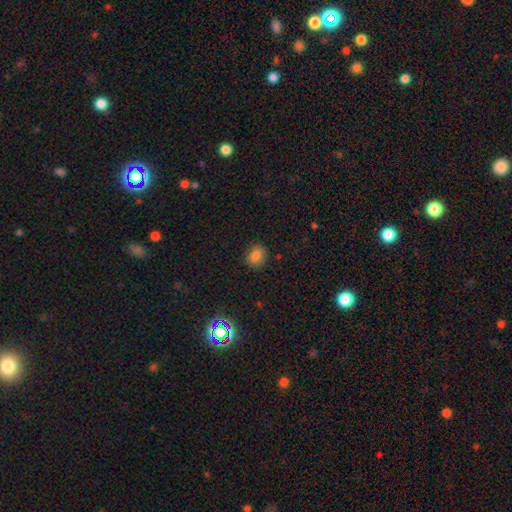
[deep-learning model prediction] Overall: smooth (82%). How rounded: round (55%; in between 44%). Merging: none (85%).